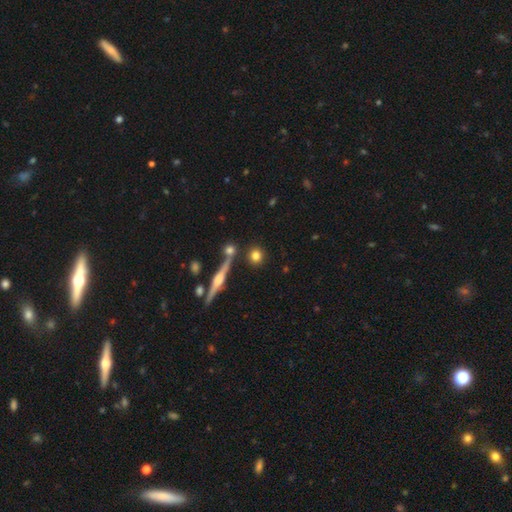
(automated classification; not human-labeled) A smooth galaxy with no disk features (76%) that is round (89%).

Vote fractions:
- Smooth or featured? smooth: 76% / featured or disk: 14% / star or artifact: 10%
- How rounded? round: 89% / in between: 8% / cigar-shaped: 3%
- Merging? none: 81% / merger: 9% / minor disturbance: 8% / major disturbance: 3%